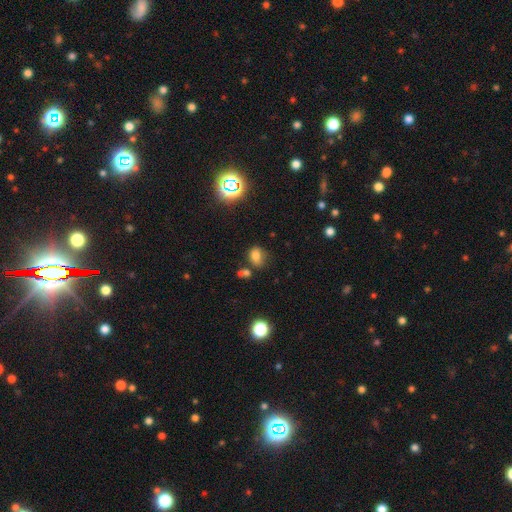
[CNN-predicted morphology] Overall: smooth (72%). How rounded: in between (64%; round 35%). Merging: none (59%; minor disturbance 20%).